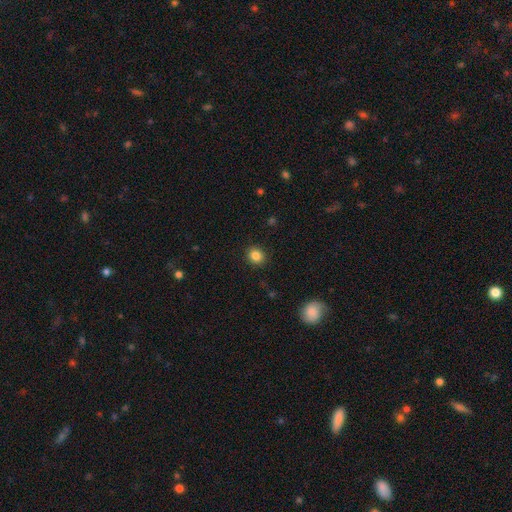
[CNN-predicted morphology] This is clearly a smooth galaxy (85%). How rounded: clearly round (80%). Merging: clearly none (90%).